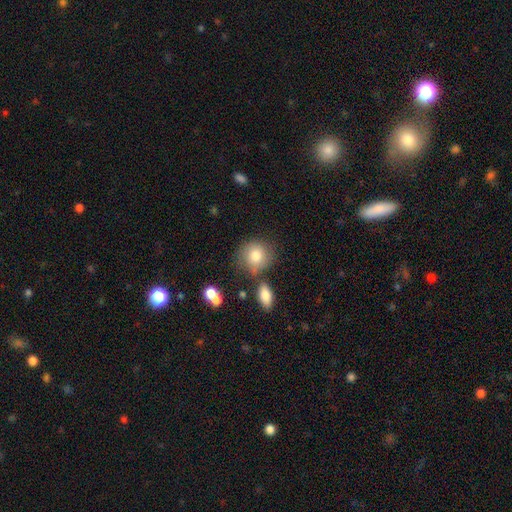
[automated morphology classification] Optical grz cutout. It shows a smooth galaxy with no disk features (79%) that is round (82%). Merging: none (65%).